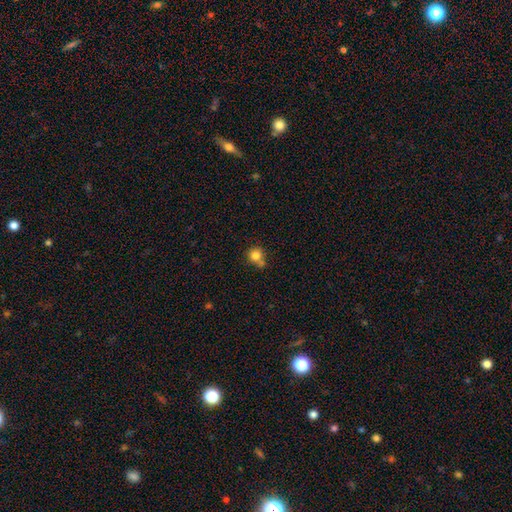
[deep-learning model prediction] Smooth or featured: smooth — 82% (star or artifact — 11%)
How rounded: round — 90% (in between — 9%)
Merging: none — 56% (merger — 25%)